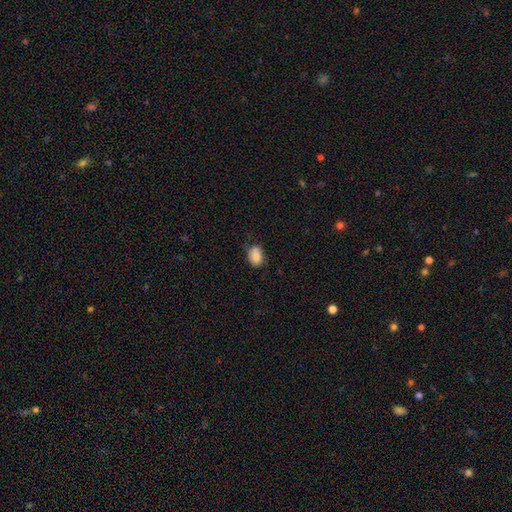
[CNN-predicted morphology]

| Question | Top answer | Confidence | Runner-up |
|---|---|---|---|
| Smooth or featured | smooth | 85% | star or artifact (8%) |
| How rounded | in between | 82% | round (17%) |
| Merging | none | 65% | minor disturbance (26%) |